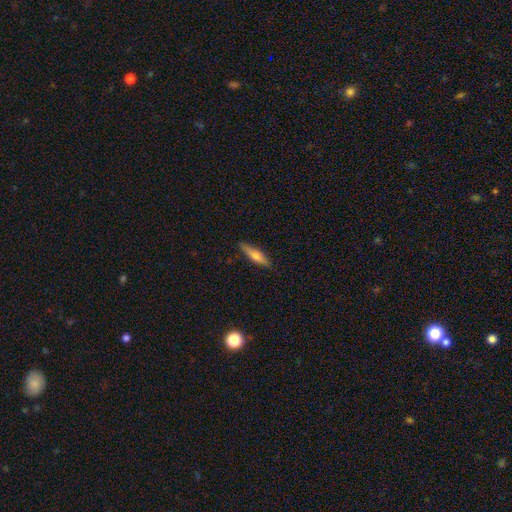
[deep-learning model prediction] A smooth galaxy with no disk features (63%) that is cigar-shaped (75%).

Vote fractions:
- Smooth or featured? smooth: 63% / featured or disk: 31% / star or artifact: 6%
- How rounded? cigar-shaped: 75% / in between: 23% / round: 2%
- Merging? none: 86% / minor disturbance: 10% / major disturbance: 2% / merger: 1%